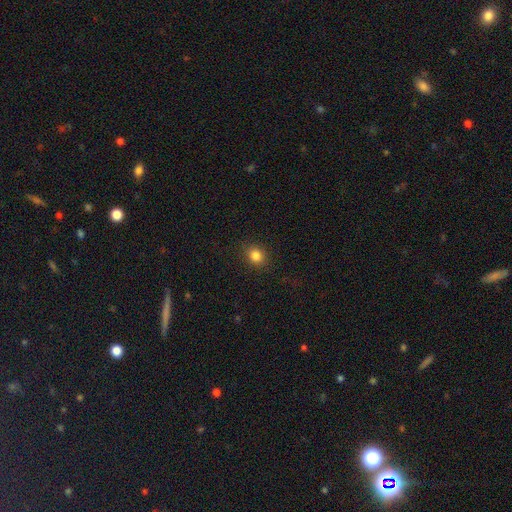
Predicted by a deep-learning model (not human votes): Smooth or featured? Predicted: smooth (p=0.84). How rounded? Predicted: round (p=0.73). Merging? Predicted: none (p=0.90).